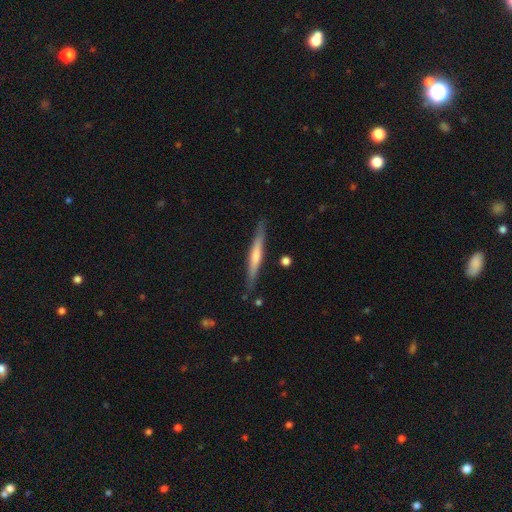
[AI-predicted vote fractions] featured or disk 61%, smooth 33%, star or artifact 6%. Down the decision tree: edge-on disk — yes (97%); edge-on bulge — rounded (51%); merging — none (87%).